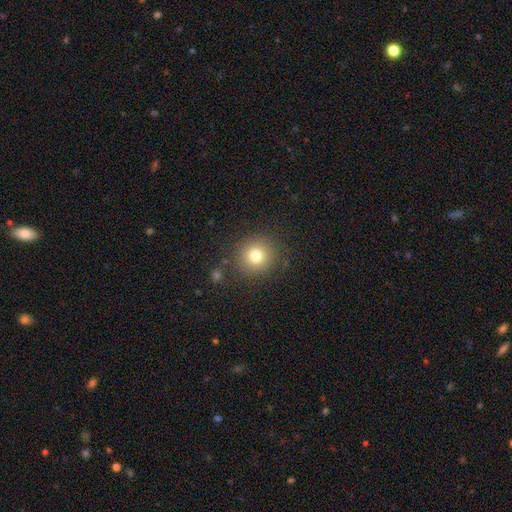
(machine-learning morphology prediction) Smooth or featured?
  - smooth: 76% *
  - star or artifact: 14%
  - featured or disk: 10%
How rounded?
  - round: 92% *
  - in between: 7%
  - cigar-shaped: 1%
Merging?
  - none: 87% *
  - minor disturbance: 8%
  - major disturbance: 4%
  - merger: 2%